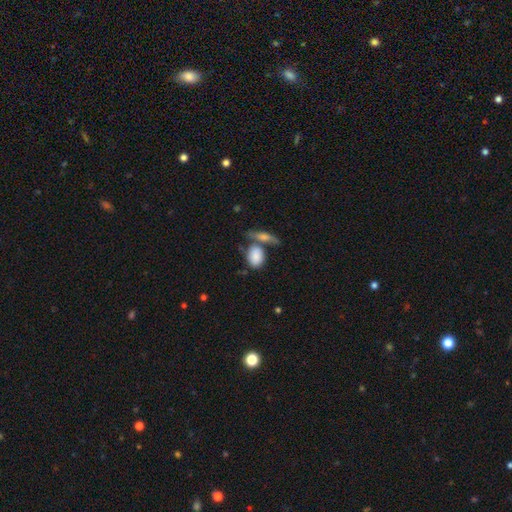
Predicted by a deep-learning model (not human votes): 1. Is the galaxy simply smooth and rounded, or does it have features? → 84% smooth, 10% featured or disk, 6% star or artifact.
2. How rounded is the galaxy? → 76% in between, 21% round, 3% cigar-shaped.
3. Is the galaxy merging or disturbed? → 44% none, 34% merger, 16% minor disturbance, 6% major disturbance.